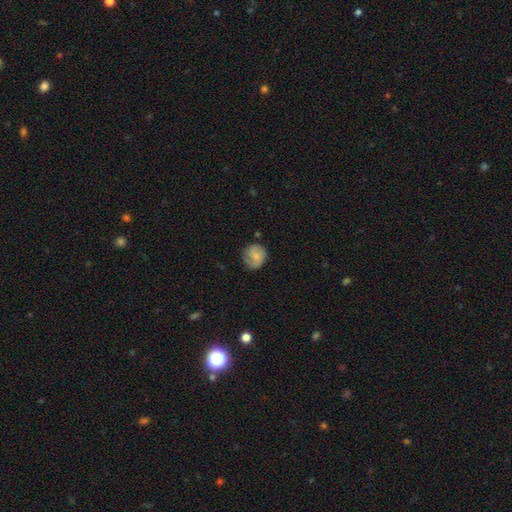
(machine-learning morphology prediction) smooth-or-featured: smooth: 57% | featured or disk: 35% | star or artifact: 8%
  how-rounded: round: 81% | in between: 18% | cigar-shaped: 1%
  merging: none: 64% | minor disturbance: 25% | major disturbance: 9% | merger: 2%